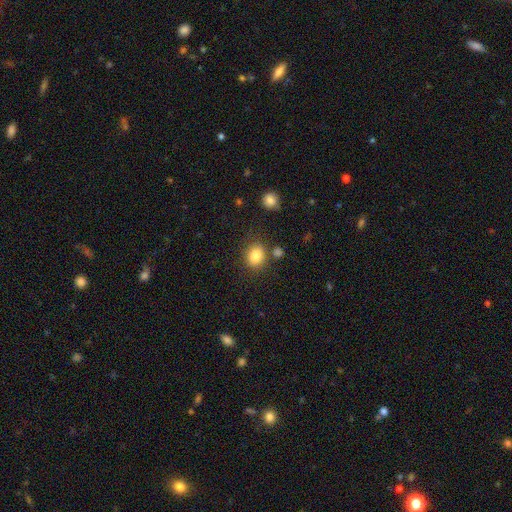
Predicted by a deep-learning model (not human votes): A smooth galaxy with no disk features (85%) that is round (56%). Merging: none (76%).